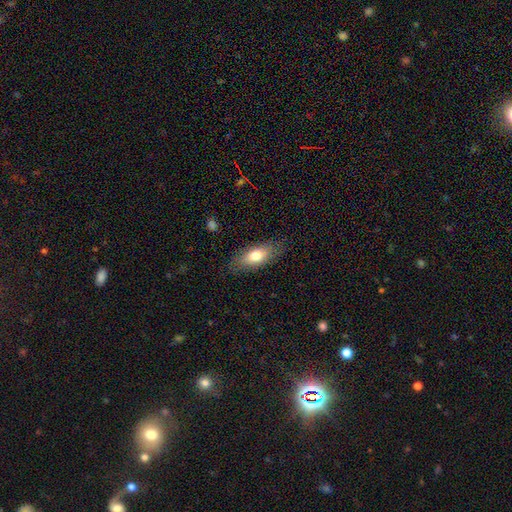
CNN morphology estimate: type=smooth (74%); roundness=in between (78%); merging=none (82%).